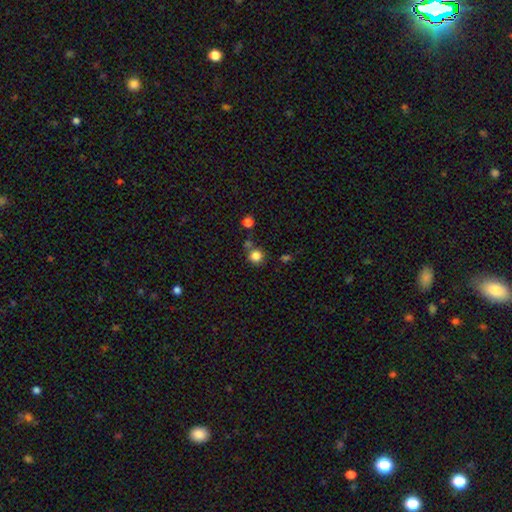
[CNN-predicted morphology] Overall: smooth (82%). How rounded: round (92%). Merging: none (72%).